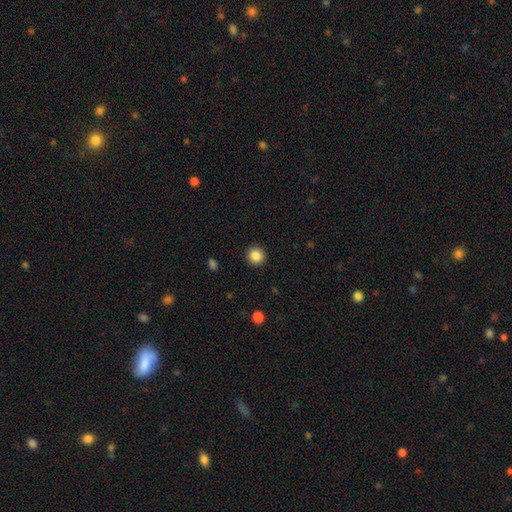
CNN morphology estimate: The model was most divided on "smooth or featured": smooth: 86%, star or artifact: 10%, featured or disk: 4%. More confident: how rounded — round (93%); merging — none (92%).